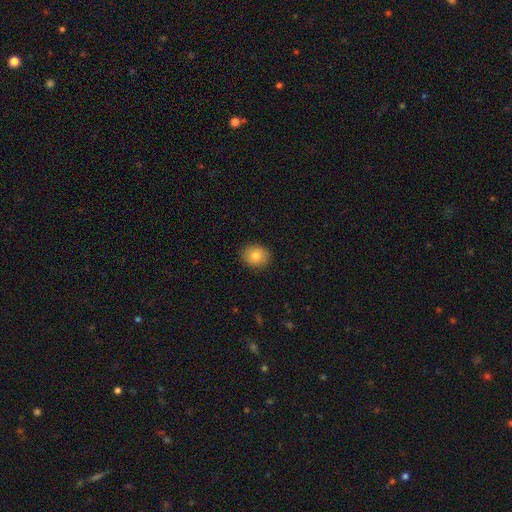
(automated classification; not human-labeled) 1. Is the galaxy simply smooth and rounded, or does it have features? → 80% smooth, 10% featured or disk, 10% star or artifact.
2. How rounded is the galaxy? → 69% round, 30% in between, 1% cigar-shaped.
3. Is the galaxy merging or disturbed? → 90% none, 7% minor disturbance, 2% major disturbance, 1% merger.